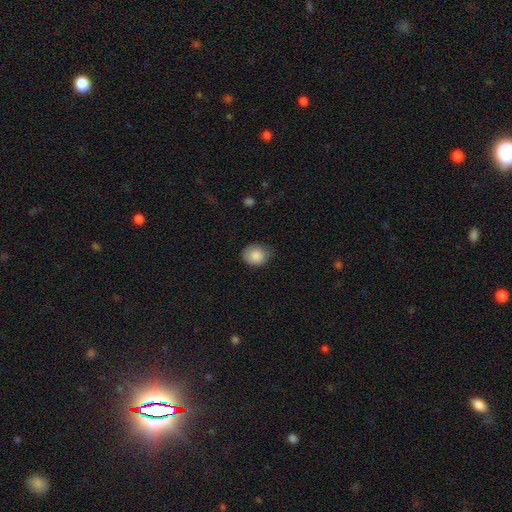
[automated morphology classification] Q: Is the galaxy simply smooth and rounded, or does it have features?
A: smooth — 87%.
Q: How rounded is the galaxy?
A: round — 50%.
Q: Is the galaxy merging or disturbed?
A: none — 67%.